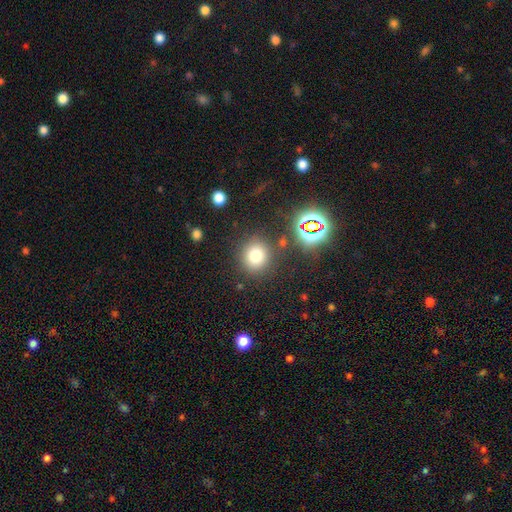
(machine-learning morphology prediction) smooth-or-featured: smooth: 75% | star or artifact: 17% | featured or disk: 8%
  how-rounded: round: 89% | in between: 10% | cigar-shaped: 1%
  merging: none: 83% | minor disturbance: 8% | merger: 5% | major disturbance: 4%